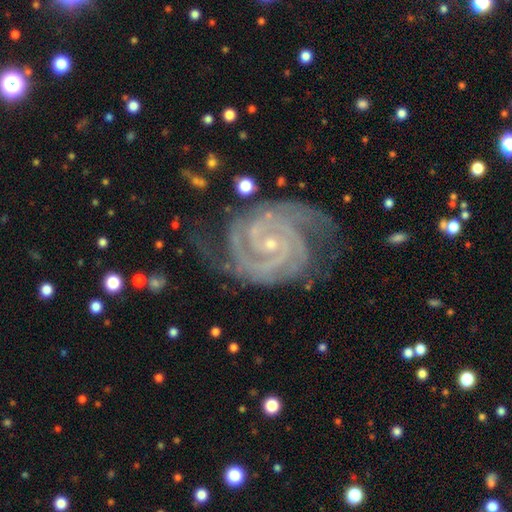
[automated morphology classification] Q: Smooth or featured?
A: featured or disk (93%); runner-up: star or artifact (4%)
Q: Edge-on disk?
A: no (98%); runner-up: yes (2%)
Q: Bar?
A: no (65%); runner-up: weak (24%)
Q: Spiral arms?
A: yes (99%); runner-up: no (1%)
Q: Spiral winding?
A: tight (79%); runner-up: medium (19%)
Q: Spiral arm count?
A: 2 (55%); runner-up: 3 (20%)
Q: Bulge size?
A: small (72%); runner-up: moderate (25%)
Q: Merging?
A: none (61%); runner-up: minor disturbance (22%)